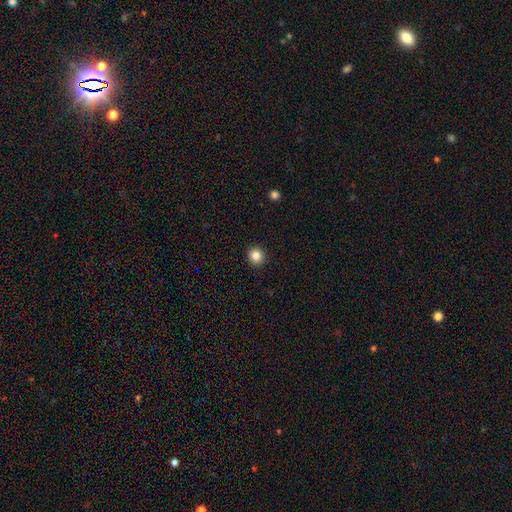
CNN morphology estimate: This appears to be a smooth galaxy with no disk features (84%) that is round (91%). Merging: none (93%).